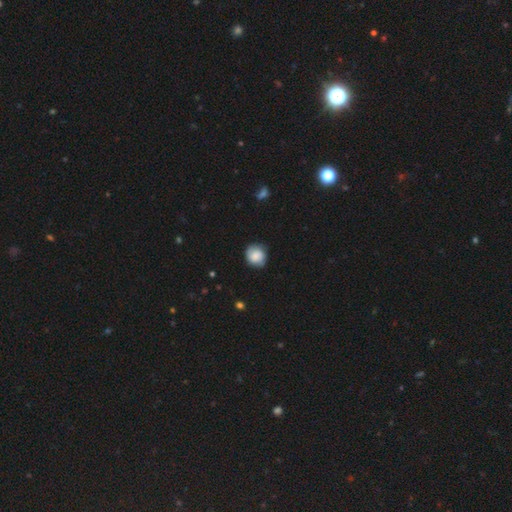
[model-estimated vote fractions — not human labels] A smooth galaxy with no disk features (71%) that is round (84%).

Vote fractions:
- Smooth or featured? smooth: 71% / featured or disk: 21% / star or artifact: 8%
- How rounded? round: 84% / in between: 15% / cigar-shaped: 1%
- Merging? none: 77% / minor disturbance: 18% / major disturbance: 4% / merger: 1%